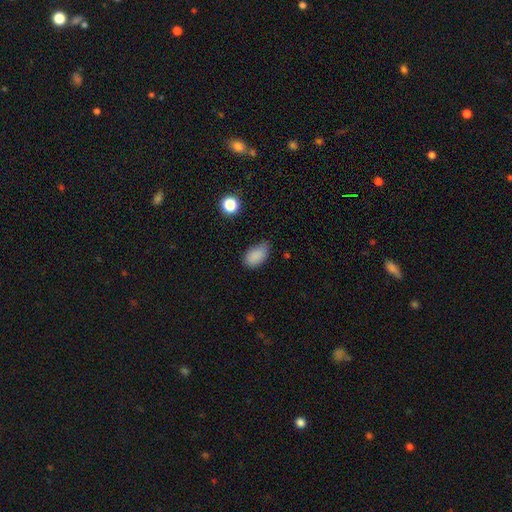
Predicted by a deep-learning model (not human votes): Q: Smooth or featured?
A: smooth (86%); runner-up: star or artifact (10%)
Q: How rounded?
A: in between (91%); runner-up: round (8%)
Q: Merging?
A: none (62%); runner-up: minor disturbance (30%)